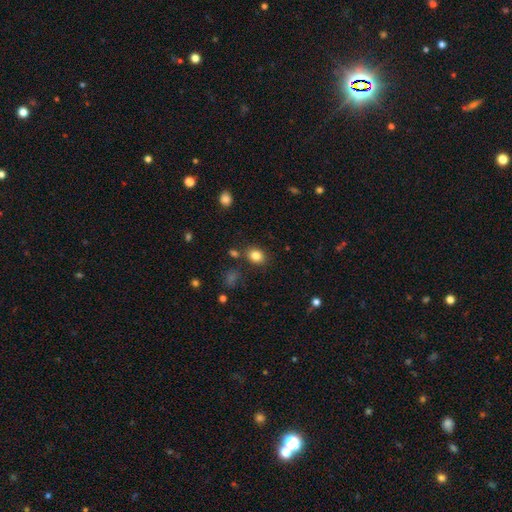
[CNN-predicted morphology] This is clearly a smooth galaxy (83%). How rounded: possibly round (51%). Merging: clearly none (82%).